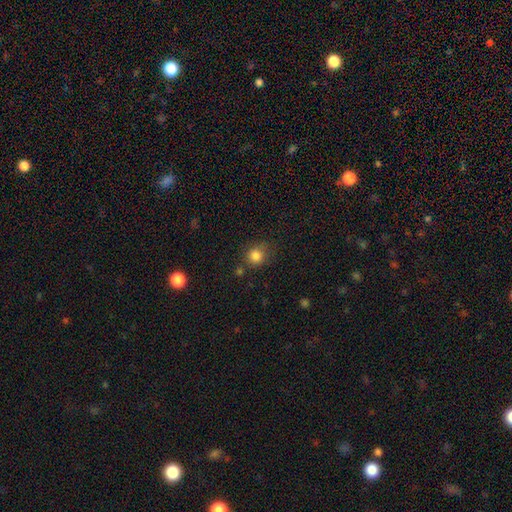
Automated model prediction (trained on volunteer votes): Smooth or featured?
  - smooth: 83% *
  - star or artifact: 12%
  - featured or disk: 5%
How rounded?
  - round: 83% *
  - in between: 16%
  - cigar-shaped: 1%
Merging?
  - none: 71% *
  - minor disturbance: 17%
  - merger: 6%
  - major disturbance: 5%